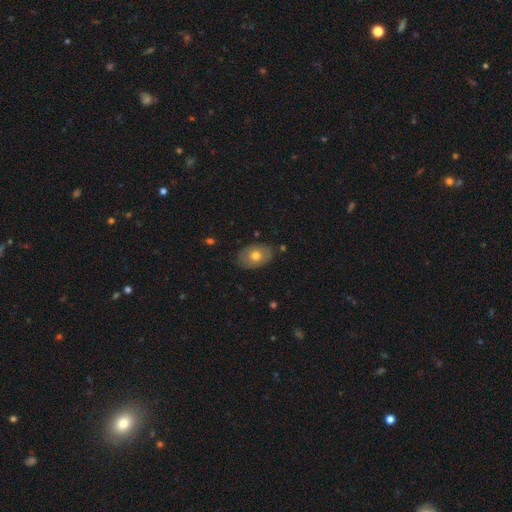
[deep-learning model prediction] This is possibly a smooth galaxy (60%). How rounded: clearly in between (82%). Merging: clearly none (80%).